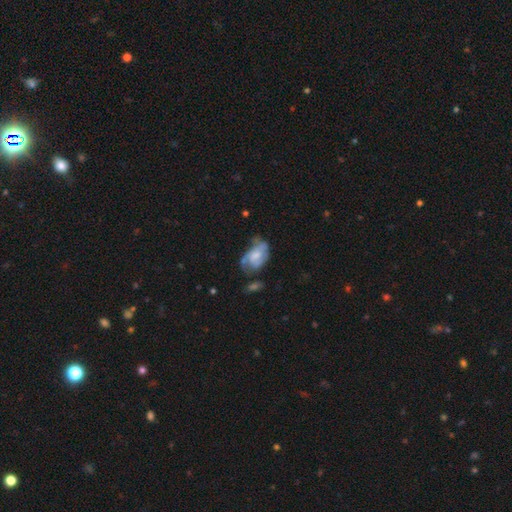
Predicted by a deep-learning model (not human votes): Smooth or featured? featured or disk (58%)
Edge-on disk? no (97%)
Bar? no (63%)
Spiral arms? yes (71%)
Bulge size? moderate (41%)
Merging? none (35%)